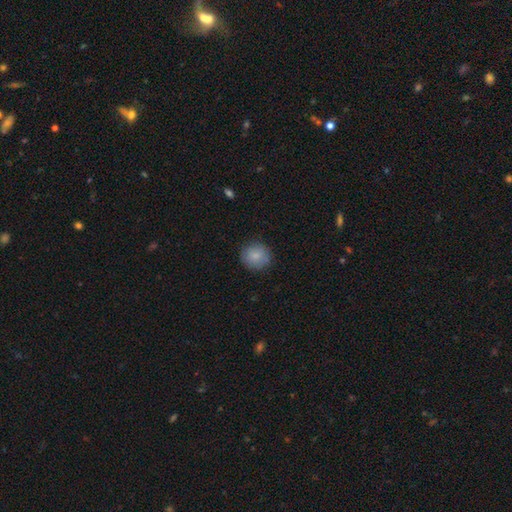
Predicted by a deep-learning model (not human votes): Overall: smooth (85%). How rounded: round (90%). Merging: none (85%).